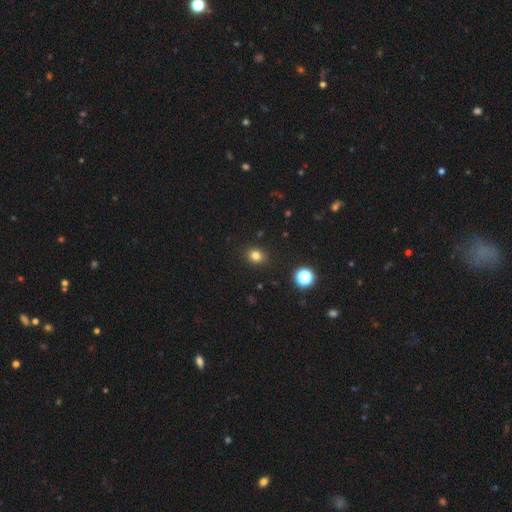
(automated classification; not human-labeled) The model was most divided on "how rounded": round: 69%, in between: 30%, cigar-shaped: 1%. More confident: merging — none (90%); smooth or featured — smooth (80%).